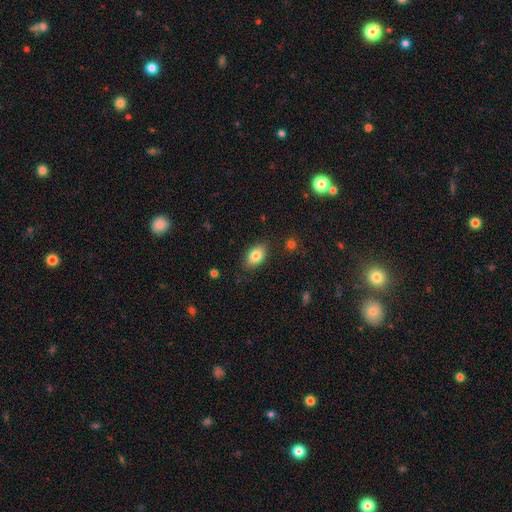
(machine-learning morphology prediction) A smooth galaxy with no disk features (83%) that is in between round and cigar-shaped (89%).

Vote fractions:
- Smooth or featured? smooth: 83% / featured or disk: 9% / star or artifact: 8%
- How rounded? in between: 89% / round: 9% / cigar-shaped: 2%
- Merging? none: 85% / minor disturbance: 11% / major disturbance: 3% / merger: 2%